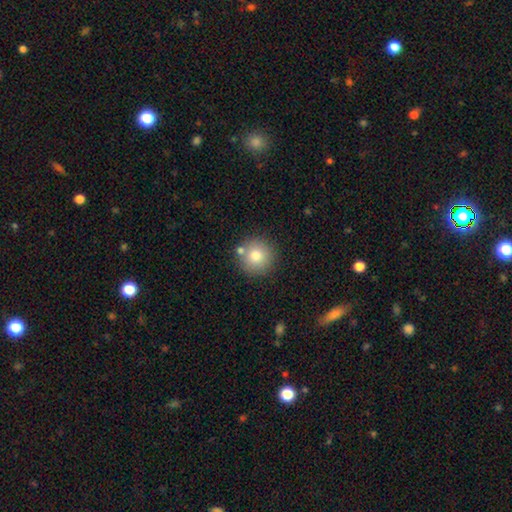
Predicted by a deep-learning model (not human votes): smooth 79%, featured or disk 11%, star or artifact 10%. Down the decision tree: how rounded — round (94%); merging — none (80%).